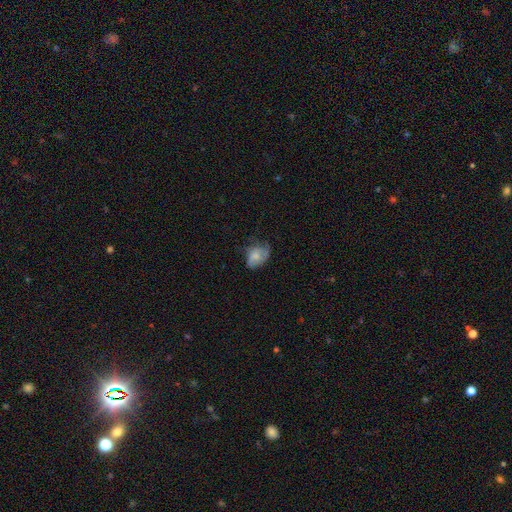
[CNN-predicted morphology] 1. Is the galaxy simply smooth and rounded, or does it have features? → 59% smooth, 32% featured or disk, 9% star or artifact.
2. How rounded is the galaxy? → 75% in between, 24% round, 1% cigar-shaped.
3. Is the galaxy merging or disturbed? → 44% none, 34% minor disturbance, 20% major disturbance, 2% merger.